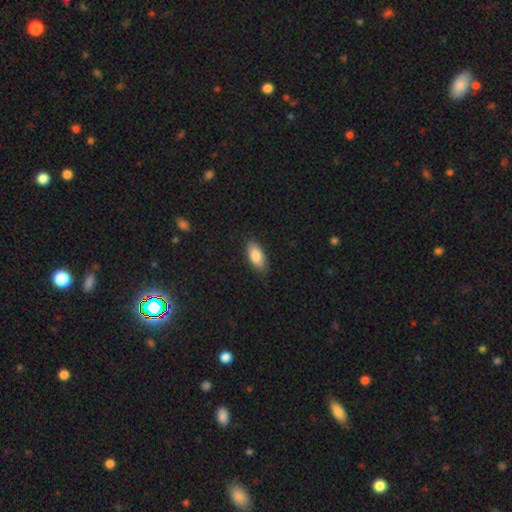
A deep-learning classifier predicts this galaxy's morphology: smooth-or-featured: smooth: 84% | featured or disk: 10% | star or artifact: 6%
  how-rounded: in between: 86% | cigar-shaped: 11% | round: 2%
  merging: none: 84% | minor disturbance: 12% | major disturbance: 2% | merger: 1%